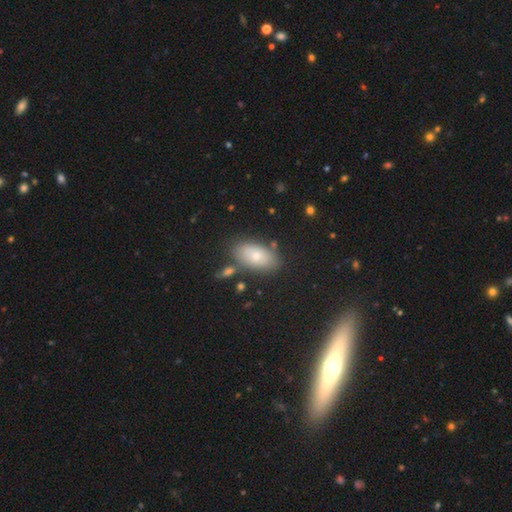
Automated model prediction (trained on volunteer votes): Q: Smooth or featured?
A: smooth (70%); runner-up: featured or disk (21%)
Q: How rounded?
A: in between (92%); runner-up: round (5%)
Q: Merging?
A: none (77%); runner-up: minor disturbance (14%)